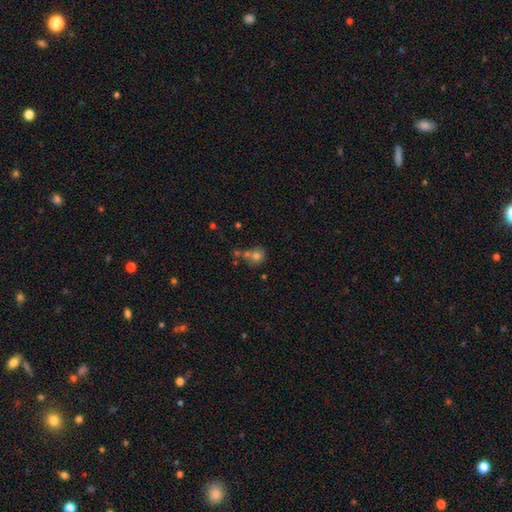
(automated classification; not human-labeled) A smooth galaxy with no disk features (69%) that is round (78%).

Vote fractions:
- Smooth or featured? smooth: 69% / star or artifact: 18% / featured or disk: 13%
- How rounded? round: 78% / in between: 20% / cigar-shaped: 1%
- Merging? none: 49% / merger: 30% / minor disturbance: 14% / major disturbance: 7%